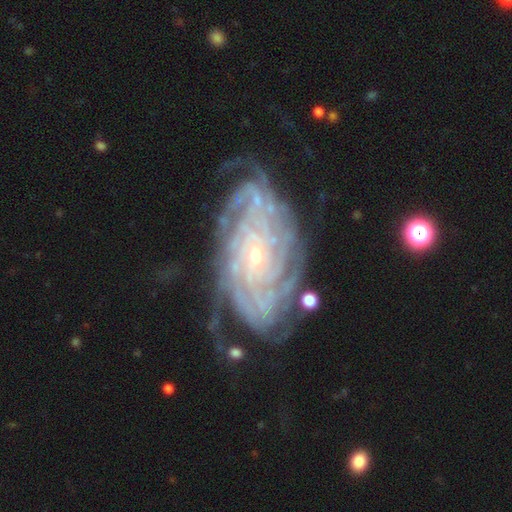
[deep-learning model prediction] smooth_or_featured: featured or disk (p=0.90) [alt: star or artifact p=0.05]
disk_edge_on: no (p=0.96) [alt: yes p=0.04]
bar: no (p=0.72) [alt: weak p=0.19]
has_spiral_arms: yes (p=0.98) [alt: no p=0.02]
spiral_winding: tight (p=0.82) [alt: medium p=0.15]
spiral_arm_count: more than 4 (p=0.32) [alt: 4 p=0.22]
bulge_size: small (p=0.80) [alt: moderate p=0.16]
merging: none (p=0.71) [alt: minor disturbance p=0.18]